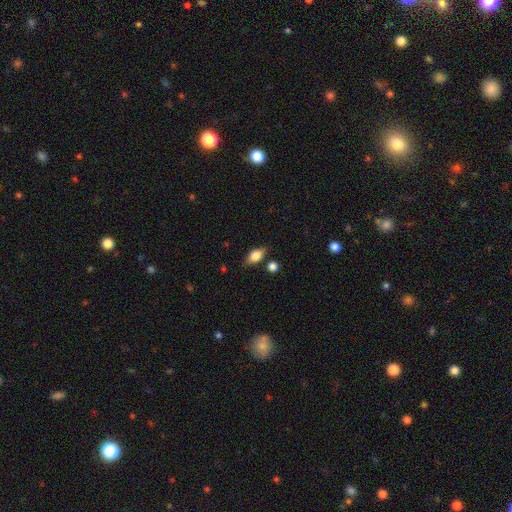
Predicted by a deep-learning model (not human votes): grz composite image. It shows a smooth galaxy with no disk features (79%) that is in between round and cigar-shaped (85%). Merging: none (78%).